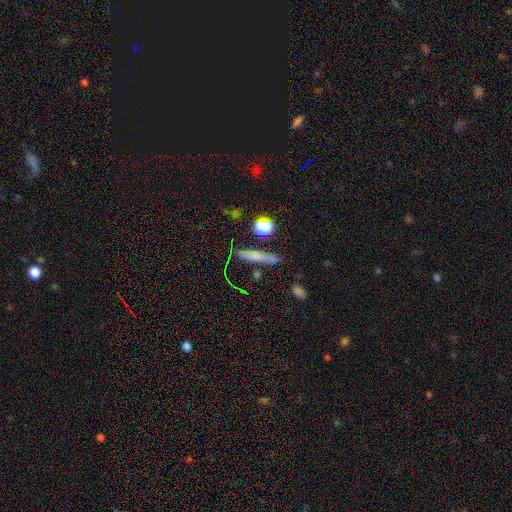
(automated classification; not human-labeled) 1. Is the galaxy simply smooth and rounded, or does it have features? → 52% smooth, 30% featured or disk, 18% star or artifact.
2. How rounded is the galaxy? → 83% cigar-shaped, 9% in between, 8% round.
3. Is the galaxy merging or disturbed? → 79% none, 13% minor disturbance, 4% major disturbance, 4% merger.